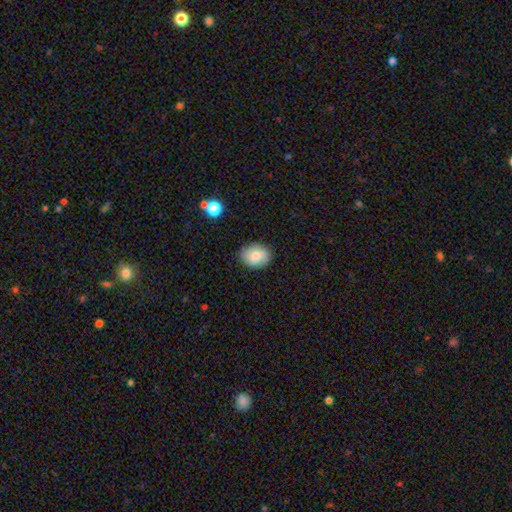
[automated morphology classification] Smooth or featured?
  - smooth: 78% *
  - featured or disk: 14%
  - star or artifact: 8%
How rounded?
  - in between: 58% *
  - round: 41%
  - cigar-shaped: 1%
Merging?
  - none: 83% *
  - minor disturbance: 13%
  - major disturbance: 3%
  - merger: 1%